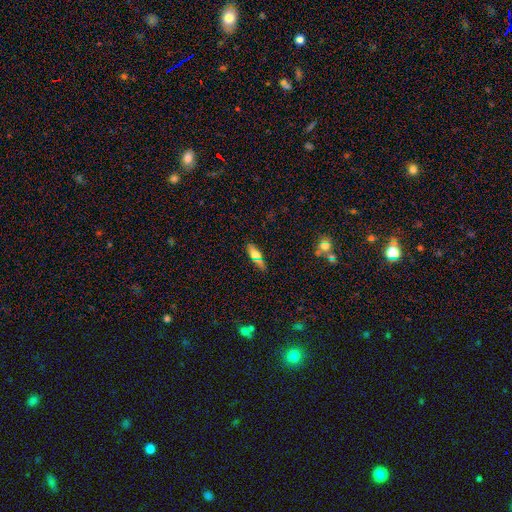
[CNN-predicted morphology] A smooth galaxy with no disk features (59%) that is in between round and cigar-shaped (49%). Merging: none (83%).